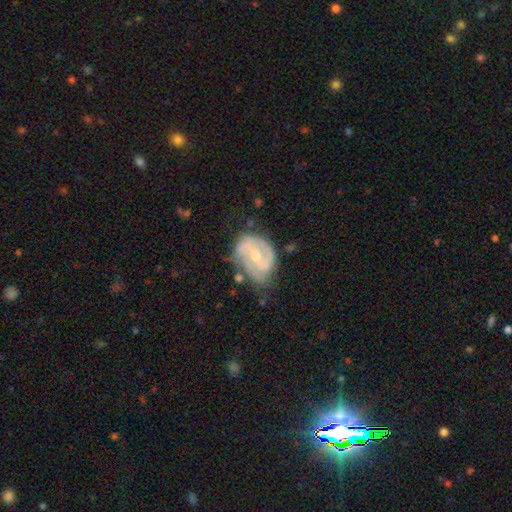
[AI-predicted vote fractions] A featured or disk galaxy (80%) with no bar (49%), 2 (64%) tight (47%) spiral arms (90%) and a moderate central bulge (51%).

Vote fractions:
- Smooth or featured? featured or disk: 80% / smooth: 14% / star or artifact: 6%
- Edge-on disk? no: 97% / yes: 3%
- Bar? no: 49% / weak: 40% / strong: 11%
- Spiral arms? yes: 90% / no: 10%
- Spiral winding? tight: 47% / medium: 39% / loose: 13%
- Spiral arm count? 2: 64% / can't tell: 16% / 3: 9% / 1: 7% / 4: 2% / more than 4: 2%
- Bulge size? moderate: 51% / small: 45% / none: 1% / large: 1% / dominant: 1%
- Merging? none: 51% / minor disturbance: 32% / major disturbance: 14% / merger: 3%